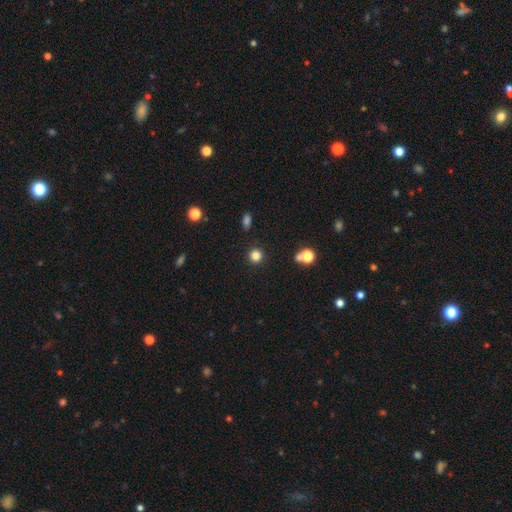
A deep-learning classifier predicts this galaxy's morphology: A smooth galaxy with no disk features (83%) that is round (94%).

Vote fractions:
- Smooth or featured? smooth: 83% / star or artifact: 13% / featured or disk: 4%
- How rounded? round: 94% / in between: 5% / cigar-shaped: 1%
- Merging? none: 90% / minor disturbance: 6% / merger: 2% / major disturbance: 2%